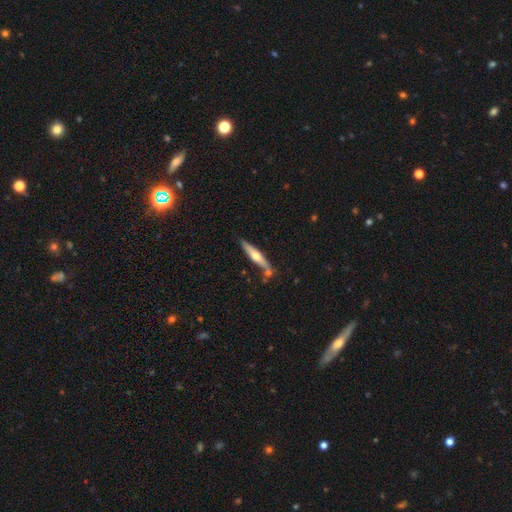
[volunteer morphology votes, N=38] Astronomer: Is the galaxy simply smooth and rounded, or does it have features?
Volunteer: featured or disk — 58% (runner-up: smooth, 34%).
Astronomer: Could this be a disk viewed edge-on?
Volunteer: yes — 86%.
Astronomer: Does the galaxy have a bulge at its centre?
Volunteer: rounded — 89%.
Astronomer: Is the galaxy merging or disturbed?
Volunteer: none — 86%.